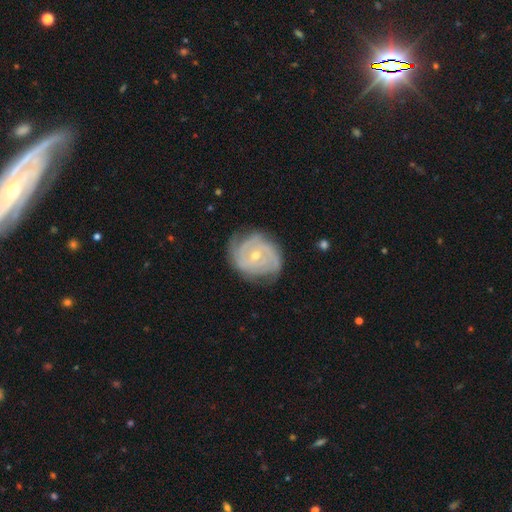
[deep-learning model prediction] The model was most divided on "spiral arm count": can't tell: 29%, 2: 28%, 3: 24%, 4: 9%, 1: 5%, more than 4: 5%. More confident: edge-on disk — no (97%); spiral arms — yes (94%); smooth or featured — featured or disk (84%); merging — none (70%); spiral winding — tight (68%); bar — no (68%); bulge size — small (54%).